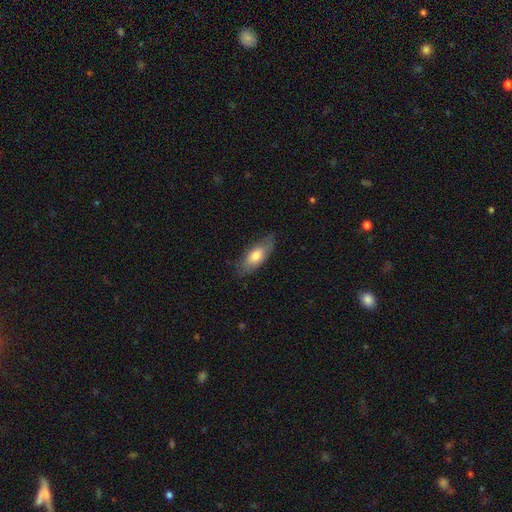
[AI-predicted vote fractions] Q: Smooth or featured?
A: smooth (72%); runner-up: featured or disk (22%)
Q: How rounded?
A: in between (78%); runner-up: cigar-shaped (19%)
Q: Merging?
A: none (75%); runner-up: minor disturbance (20%)